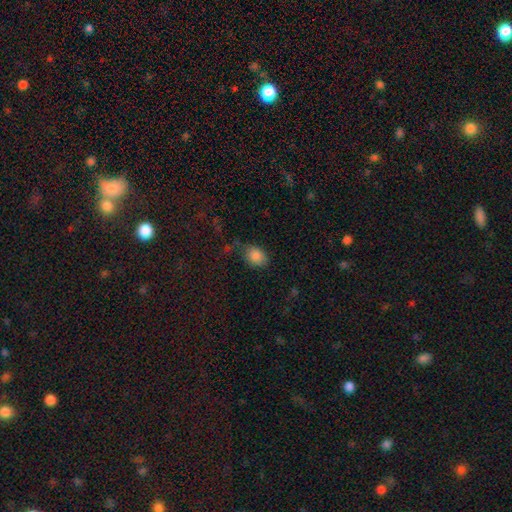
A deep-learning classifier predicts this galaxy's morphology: A smooth galaxy with no disk features (85%) that is in between round and cigar-shaped (60%). Merging: none (63%).